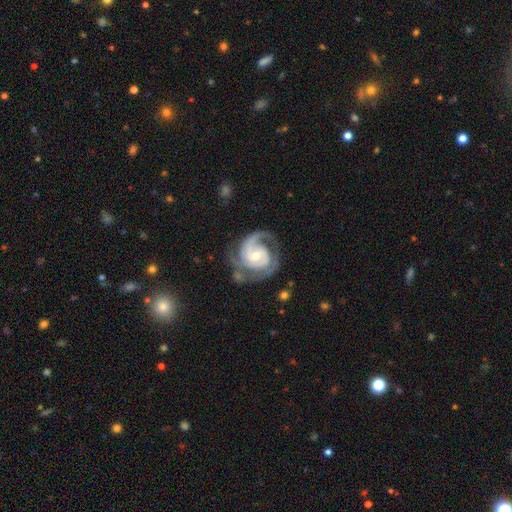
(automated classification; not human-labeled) Smooth or featured? featured or disk (90%)
Edge-on disk? no (98%)
Bar? no (54%)
Spiral arms? yes (98%)
Spiral winding? tight (54%)
Spiral arm count? 2 (55%)
Bulge size? moderate (49%)
Merging? none (66%)